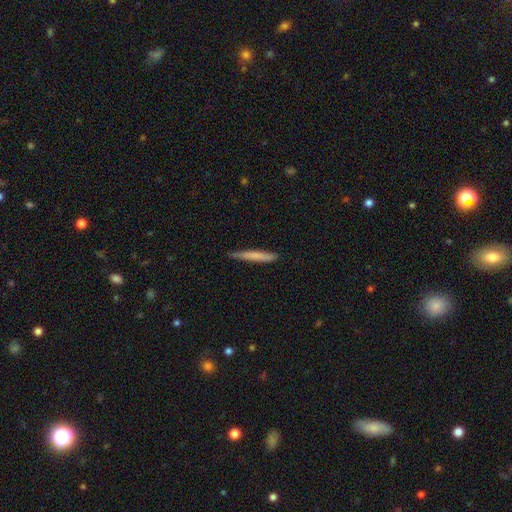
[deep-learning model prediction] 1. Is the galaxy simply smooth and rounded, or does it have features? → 69% smooth, 26% featured or disk, 6% star or artifact.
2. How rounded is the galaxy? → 96% cigar-shaped, 3% in between, 1% round.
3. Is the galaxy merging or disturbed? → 79% none, 17% minor disturbance, 2% major disturbance, 1% merger.